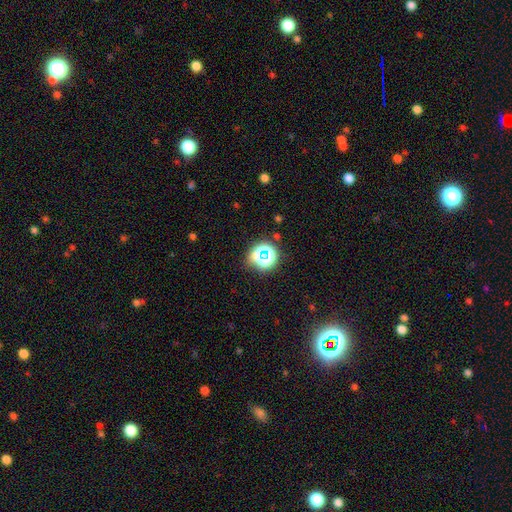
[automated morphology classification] Overall: star or artifact (58%; smooth 31%).